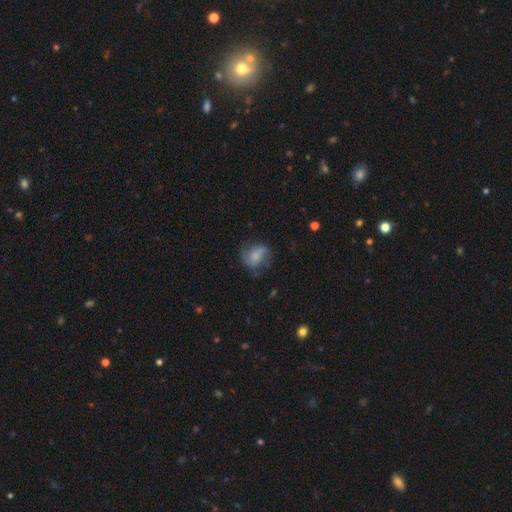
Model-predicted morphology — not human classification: Q: Smooth or featured?
A: featured or disk (51%); runner-up: smooth (41%)
Q: Edge-on disk?
A: no (97%); runner-up: yes (3%)
Q: Merging?
A: none (60%); runner-up: minor disturbance (24%)